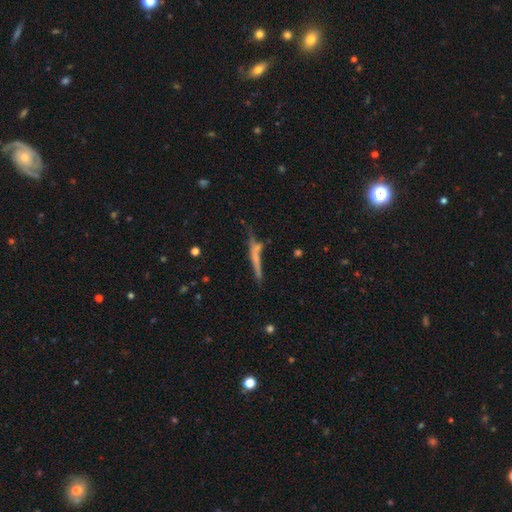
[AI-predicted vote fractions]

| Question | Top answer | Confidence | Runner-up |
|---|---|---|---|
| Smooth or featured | featured or disk | 47% | smooth (43%) |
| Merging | none | 61% | minor disturbance (20%) |